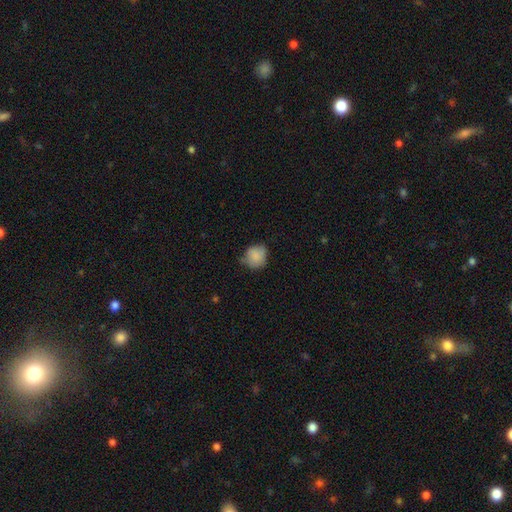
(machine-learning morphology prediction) Q: Smooth or featured?
A: smooth (83%); runner-up: star or artifact (9%)
Q: How rounded?
A: round (76%); runner-up: in between (23%)
Q: Merging?
A: none (58%); runner-up: minor disturbance (33%)